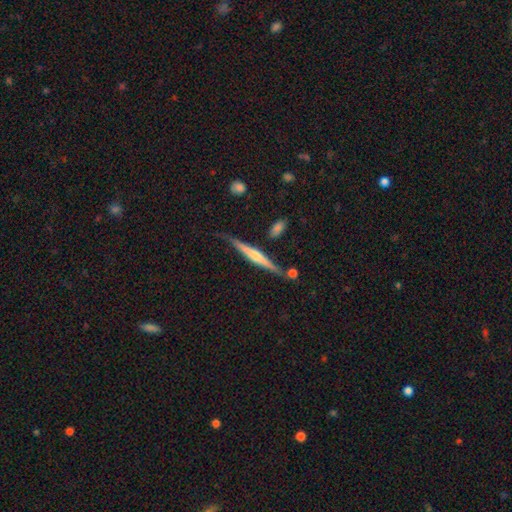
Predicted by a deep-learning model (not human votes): Morphology: type=featured or disk (71%); edge-on=yes (97%); edge-on bulge=rounded (66%); merging=none (75%).